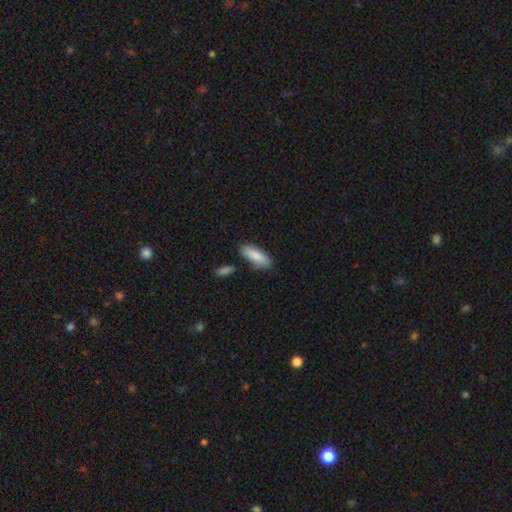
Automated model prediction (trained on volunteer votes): Q: Smooth or featured?
A: smooth (86%); runner-up: featured or disk (9%)
Q: How rounded?
A: in between (69%); runner-up: cigar-shaped (29%)
Q: Merging?
A: none (78%); runner-up: minor disturbance (13%)